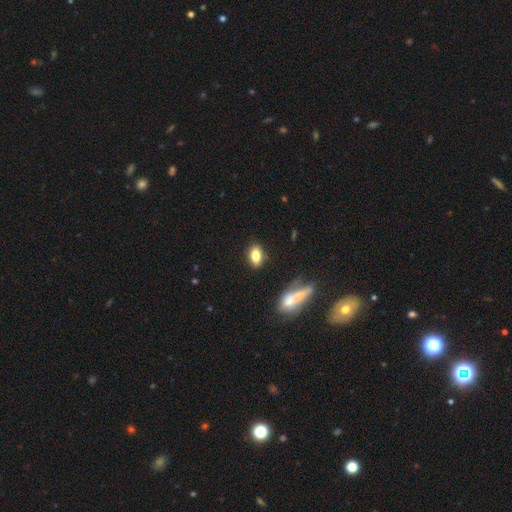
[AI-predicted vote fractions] Smooth or featured?
  - smooth: 79% *
  - featured or disk: 12%
  - star or artifact: 9%
How rounded?
  - in between: 83% *
  - round: 11%
  - cigar-shaped: 5%
Merging?
  - none: 85% *
  - minor disturbance: 10%
  - merger: 3%
  - major disturbance: 2%